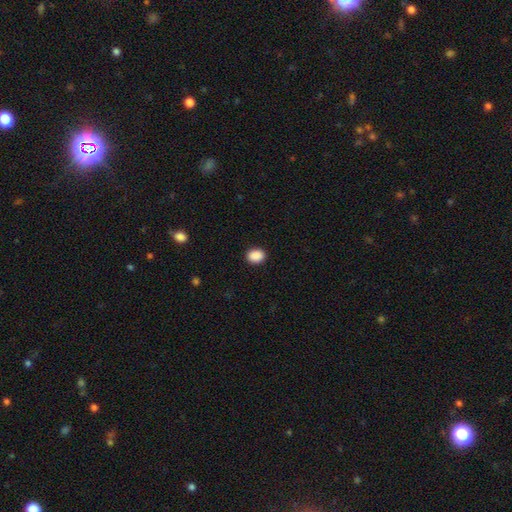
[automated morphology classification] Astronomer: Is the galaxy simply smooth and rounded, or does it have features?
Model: smooth — 90%.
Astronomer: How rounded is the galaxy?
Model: in between — 57% (runner-up: round, 42%).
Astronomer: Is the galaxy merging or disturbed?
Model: none — 90%.